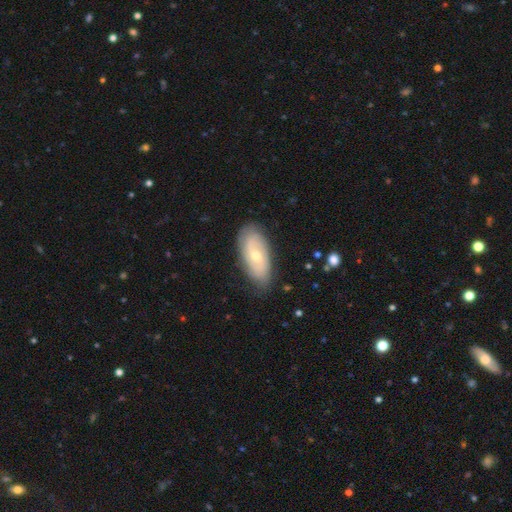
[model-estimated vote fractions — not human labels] Smooth or featured? Predicted: featured or disk (p=0.58). Edge-on disk? Predicted: no (p=0.90). Bar? Predicted: no (p=0.64). Spiral arms? Predicted: yes (p=0.77). Bulge size? Predicted: small (p=0.53). Merging? Predicted: none (p=0.79).